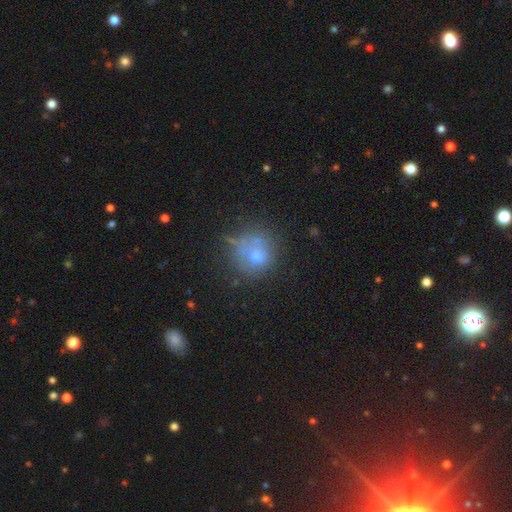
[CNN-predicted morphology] A smooth galaxy with no disk features (61%) that is round (88%).

Vote fractions:
- Smooth or featured? smooth: 61% / featured or disk: 20% / star or artifact: 19%
- How rounded? round: 88% / in between: 11% / cigar-shaped: 1%
- Merging? none: 58% / minor disturbance: 19% / major disturbance: 11% / merger: 11%